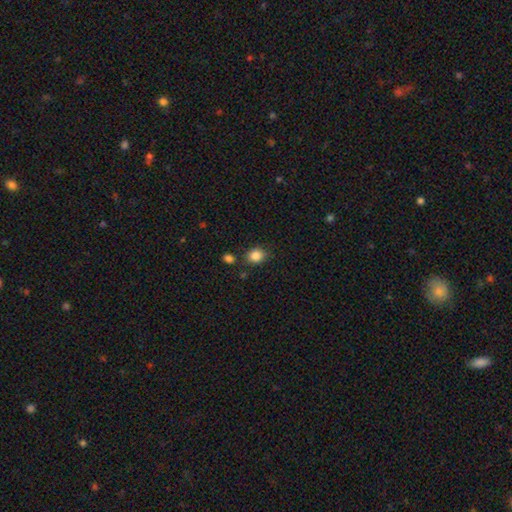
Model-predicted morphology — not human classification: Overall: smooth (85%). How rounded: round (65%; in between 34%). Merging: none (78%).